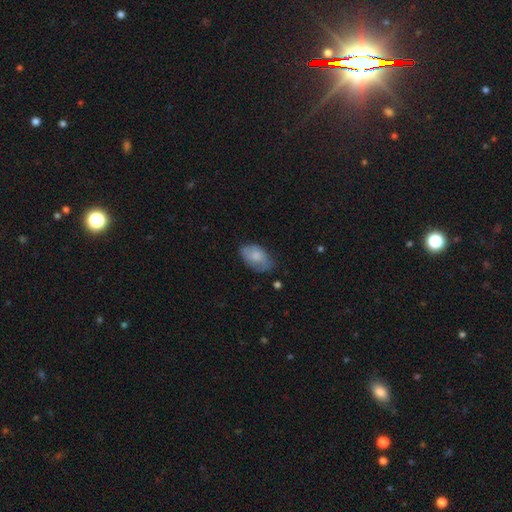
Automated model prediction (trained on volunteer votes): Smooth or featured? Predicted: smooth (p=0.72). How rounded? Predicted: in between (p=0.91). Merging? Predicted: none (p=0.59).